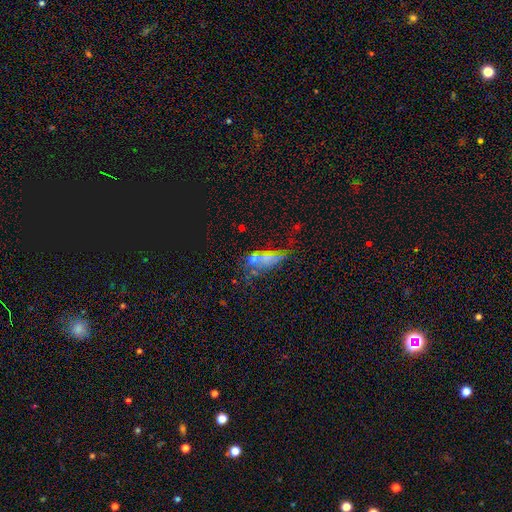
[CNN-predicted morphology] Smooth or featured?
  - star or artifact: 43% *
  - smooth: 39%
  - featured or disk: 18%